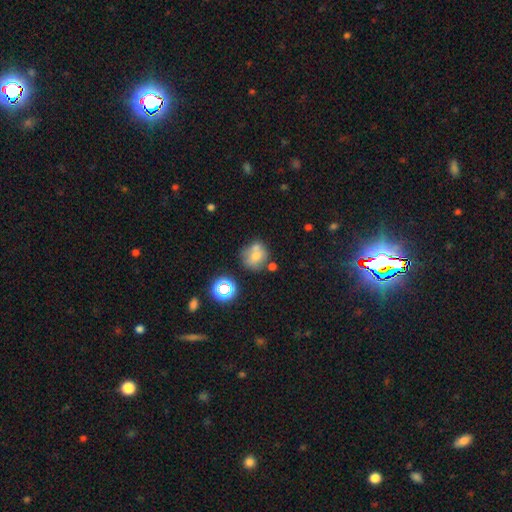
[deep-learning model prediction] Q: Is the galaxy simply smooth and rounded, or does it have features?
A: smooth — 65%.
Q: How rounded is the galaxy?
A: round — 84%.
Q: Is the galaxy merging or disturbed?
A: none — 56%.